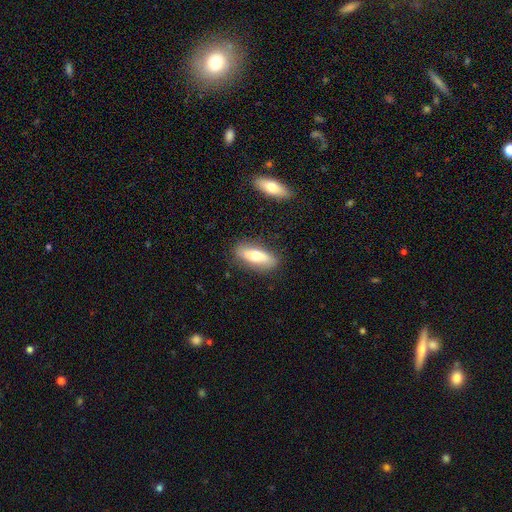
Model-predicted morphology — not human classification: This is likely a smooth galaxy (62%). How rounded: likely in between (63%). Merging: clearly none (84%).